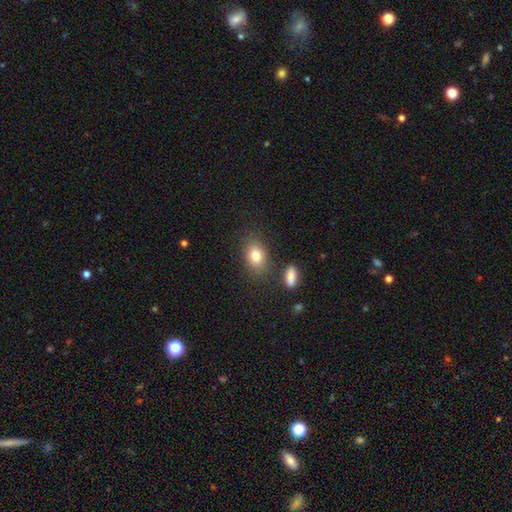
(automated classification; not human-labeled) Smooth or featured? smooth (80%)
How rounded? in between (73%)
Merging? none (80%)